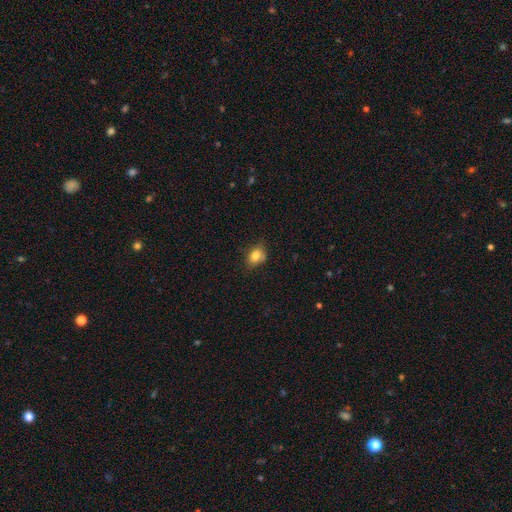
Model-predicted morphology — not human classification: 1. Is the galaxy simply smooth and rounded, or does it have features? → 81% smooth, 10% star or artifact, 10% featured or disk.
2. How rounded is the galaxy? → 61% in between, 37% round, 2% cigar-shaped.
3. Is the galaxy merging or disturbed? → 64% none, 28% minor disturbance, 6% major disturbance, 2% merger.